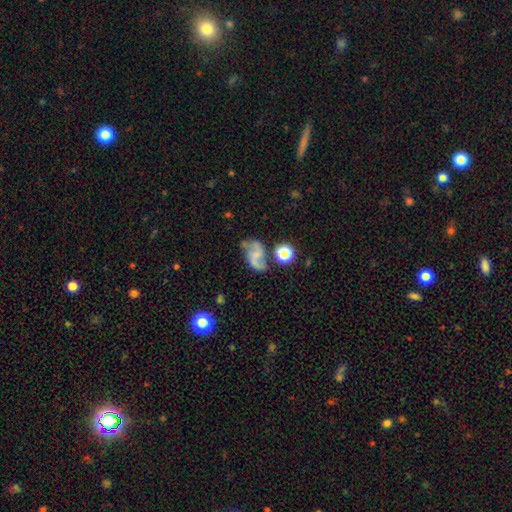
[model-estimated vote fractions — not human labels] Smooth or featured: featured or disk — 70% (smooth — 19%)
Edge-on disk: no — 98% (yes — 2%)
Bar: no — 49% (weak — 39%)
Spiral arms: yes — 90% (no — 10%)
Spiral winding: loose — 67% (medium — 26%)
Spiral arm count: 2 — 90% (can't tell — 4%)
Bulge size: none — 47% (small — 34%)
Merging: none — 52% (minor disturbance — 23%)